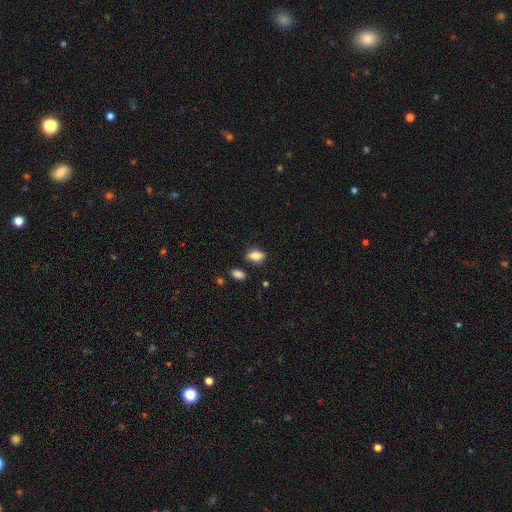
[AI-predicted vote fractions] Smooth or featured?
  - smooth: 80% *
  - featured or disk: 10%
  - star or artifact: 9%
How rounded?
  - in between: 83% *
  - round: 11%
  - cigar-shaped: 6%
Merging?
  - none: 74% *
  - minor disturbance: 17%
  - merger: 5%
  - major disturbance: 4%